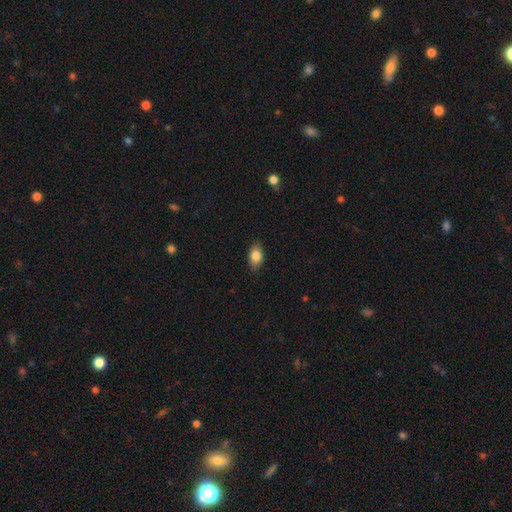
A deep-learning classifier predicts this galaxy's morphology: smooth-or-featured: smooth: 83% | featured or disk: 9% | star or artifact: 8%
  how-rounded: in between: 87% | round: 10% | cigar-shaped: 3%
  merging: none: 84% | minor disturbance: 13% | major disturbance: 2% | merger: 1%